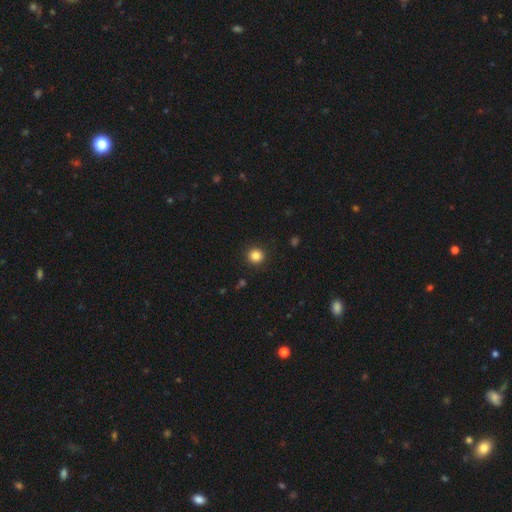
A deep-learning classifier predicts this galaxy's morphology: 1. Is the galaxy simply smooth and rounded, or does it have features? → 85% smooth, 11% star or artifact, 4% featured or disk.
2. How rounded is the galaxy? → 93% round, 6% in between, 1% cigar-shaped.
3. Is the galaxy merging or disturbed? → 92% none, 5% minor disturbance, 2% major disturbance, 1% merger.